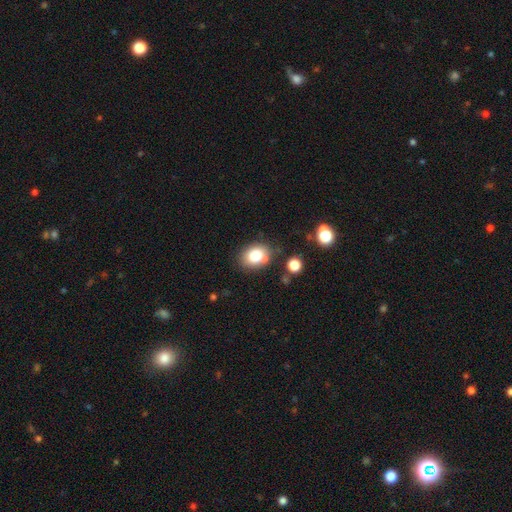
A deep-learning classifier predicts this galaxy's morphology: type=smooth (82%); roundness=in between (65%); merging=none (70%).